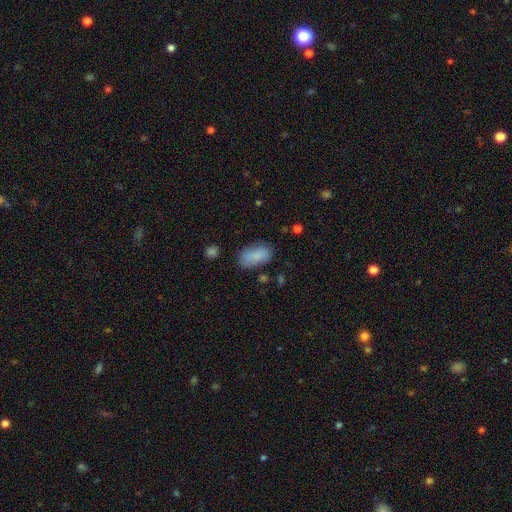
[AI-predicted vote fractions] A smooth galaxy with no disk features (86%) that is in between round and cigar-shaped (93%).

Vote fractions:
- Smooth or featured? smooth: 86% / star or artifact: 7% / featured or disk: 6%
- How rounded? in between: 93% / round: 4% / cigar-shaped: 3%
- Merging? none: 76% / minor disturbance: 17% / major disturbance: 4% / merger: 3%